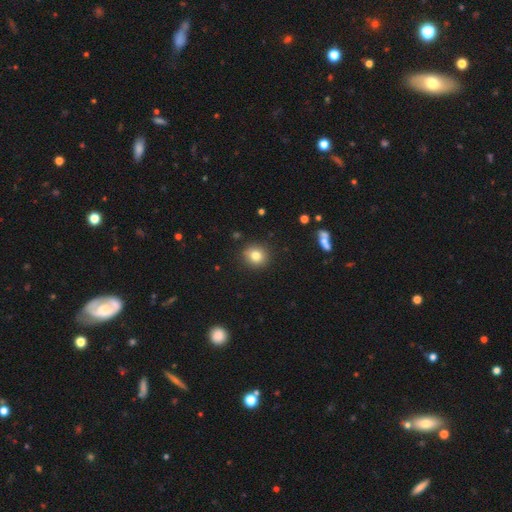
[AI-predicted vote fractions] smooth-or-featured: smooth: 80% | star or artifact: 11% | featured or disk: 8%
  how-rounded: round: 86% | in between: 13% | cigar-shaped: 1%
  merging: none: 90% | minor disturbance: 7% | major disturbance: 2% | merger: 1%